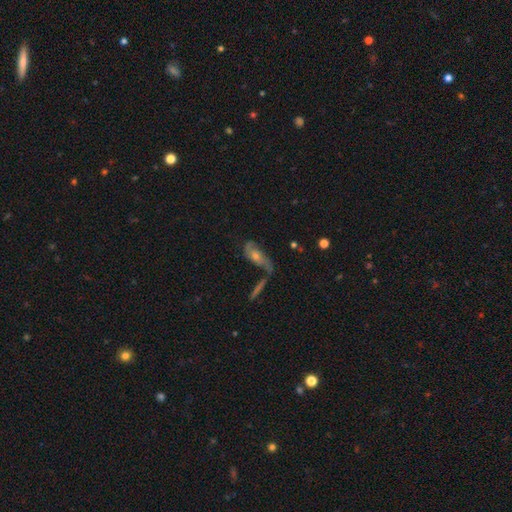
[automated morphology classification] Smooth or featured? featured or disk (62%)
Edge-on disk? no (77%)
Merging? none (45%)